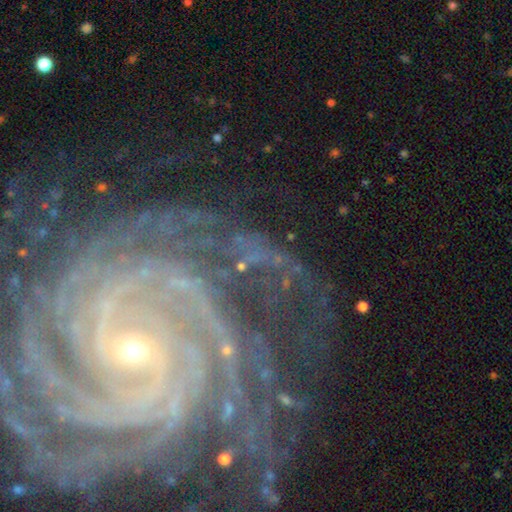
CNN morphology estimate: This is likely a featured or disk galaxy (77%). It is clearly not viewed edge-on (96%). Bar: marginally no (41%). Spiral arm pattern: clearly yes (97%). Spiral arm count: marginally can't tell (23%). Spiral winding: likely tight (75%). Central bulge: likely small (75%). Merging: likely none (72%).